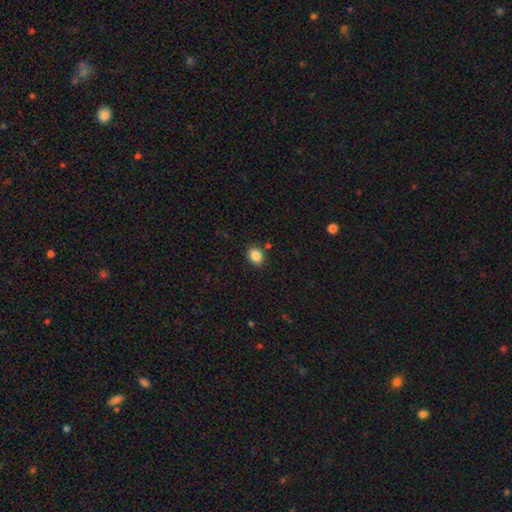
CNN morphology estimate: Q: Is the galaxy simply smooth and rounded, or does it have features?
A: smooth — 86%.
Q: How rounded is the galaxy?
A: round — 52%.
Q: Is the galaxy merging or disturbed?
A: none — 85%.